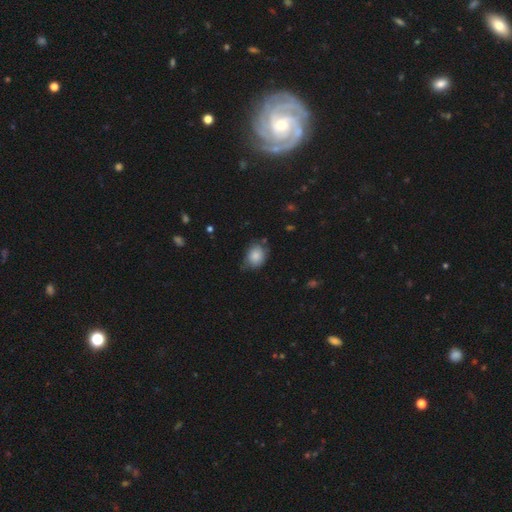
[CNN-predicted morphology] This is clearly a smooth galaxy (84%). How rounded: possibly round (53%). Merging: possibly none (58%).